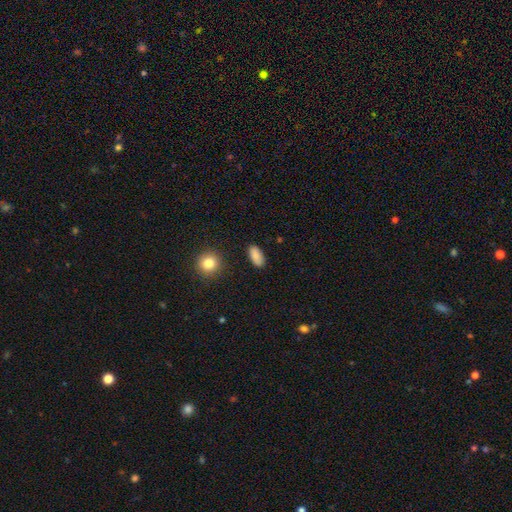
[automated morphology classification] smooth 87%, star or artifact 8%, featured or disk 6%. Down the decision tree: how rounded — in between (88%); merging — none (87%).